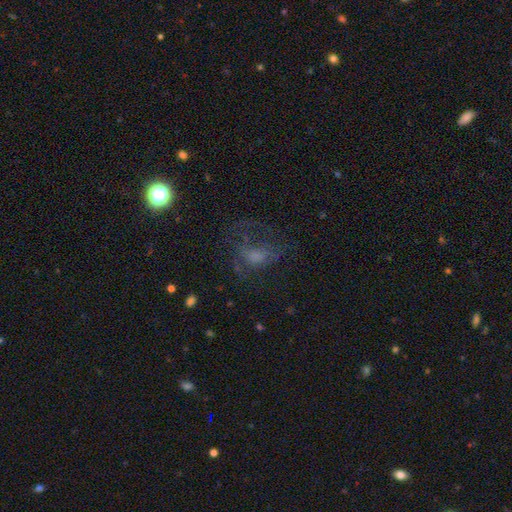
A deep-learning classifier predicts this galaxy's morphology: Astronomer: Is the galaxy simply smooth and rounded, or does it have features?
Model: smooth — 41% (runner-up: featured or disk, 40%).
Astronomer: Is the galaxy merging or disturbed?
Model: major disturbance — 44% (runner-up: none, 36%).